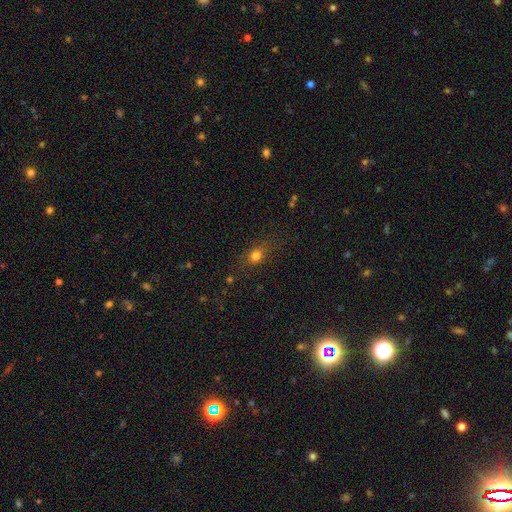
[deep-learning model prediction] Smooth or featured? smooth (73%)
How rounded? round (48%)
Merging? none (76%)